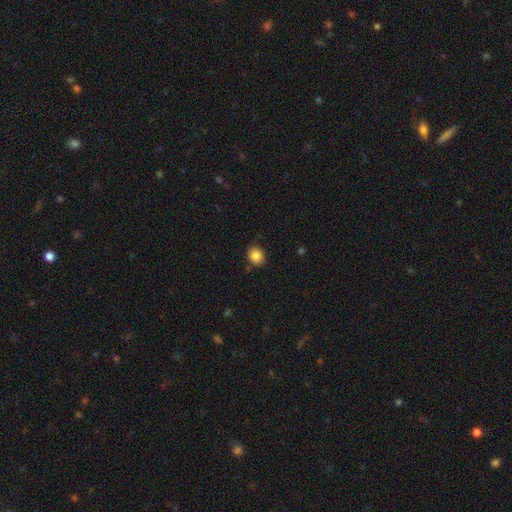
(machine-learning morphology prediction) This is clearly a smooth galaxy (86%). How rounded: likely round (75%). Merging: clearly none (80%).